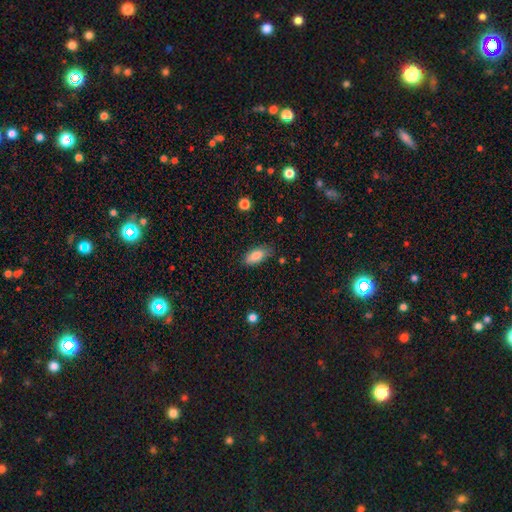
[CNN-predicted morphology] Smooth or featured?
  - smooth: 85% *
  - star or artifact: 7%
  - featured or disk: 7%
How rounded?
  - in between: 87% *
  - cigar-shaped: 10%
  - round: 3%
Merging?
  - none: 78% *
  - minor disturbance: 17%
  - major disturbance: 3%
  - merger: 2%